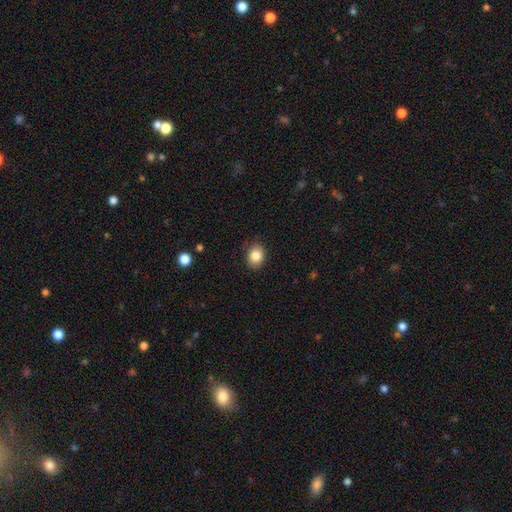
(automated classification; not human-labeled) This appears to be a smooth galaxy with no disk features (85%) that is round (52%). Merging: none (83%).